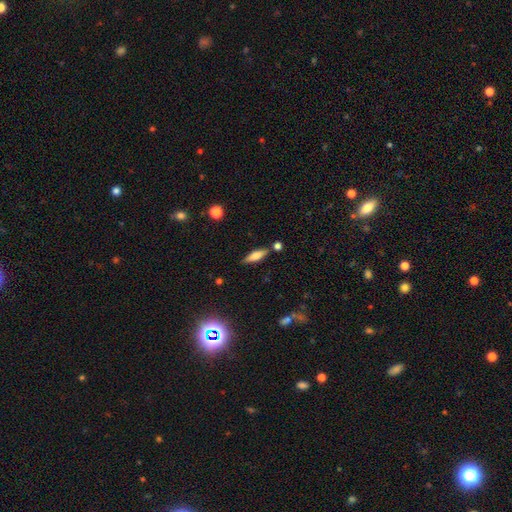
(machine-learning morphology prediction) Smooth or featured? Predicted: smooth (p=0.60). How rounded? Predicted: cigar-shaped (p=0.54). Merging? Predicted: none (p=0.79).